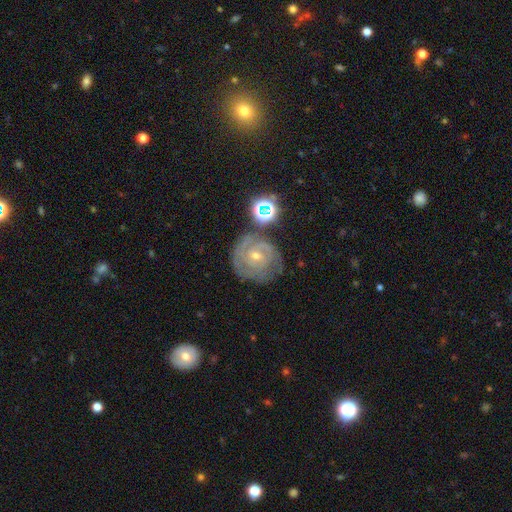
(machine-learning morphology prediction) type=featured or disk (75%); edge-on=no (97%); bar=no (64%); spiral arms=yes (92%); winding=tight (76%); arm count=can't tell (36%); bulge=small (63%); merging=none (69%).